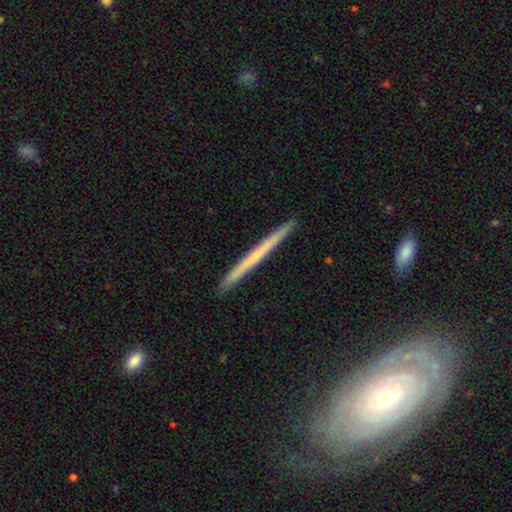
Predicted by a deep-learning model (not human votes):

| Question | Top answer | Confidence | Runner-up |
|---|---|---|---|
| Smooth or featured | featured or disk | 47% | tied: smooth (47%) |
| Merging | none | 92% | minor disturbance (5%) |